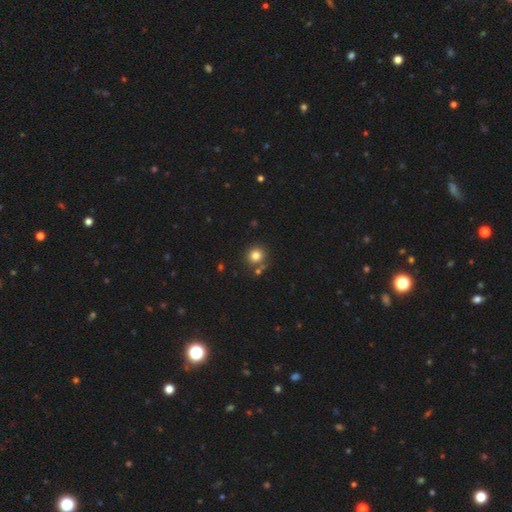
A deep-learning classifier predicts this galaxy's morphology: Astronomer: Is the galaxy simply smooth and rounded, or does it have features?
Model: smooth — 81%.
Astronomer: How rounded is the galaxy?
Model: round — 91%.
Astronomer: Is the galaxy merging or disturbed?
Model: none — 77%.